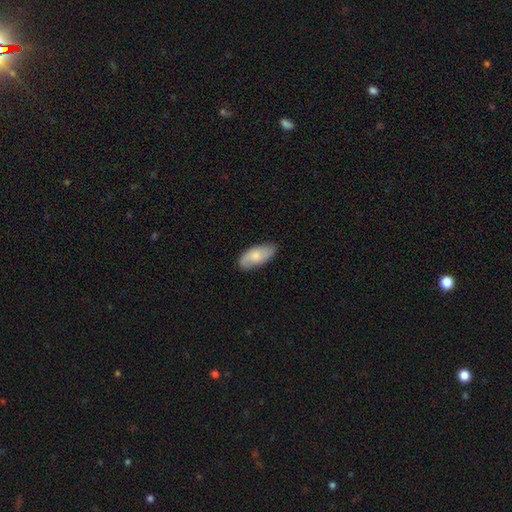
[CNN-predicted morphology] Smooth or featured? Predicted: smooth (p=0.70). How rounded? Predicted: in between (p=0.90). Merging? Predicted: none (p=0.80).